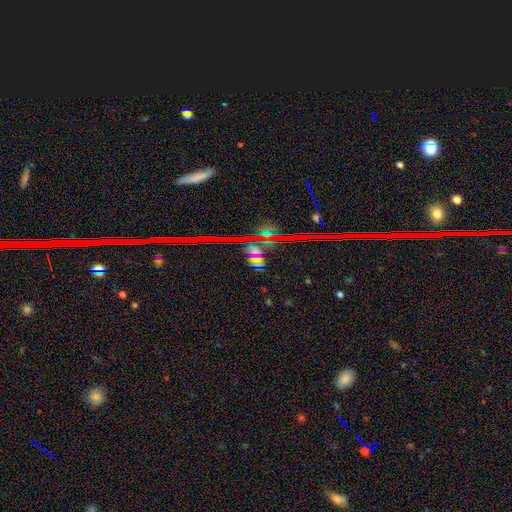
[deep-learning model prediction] A star or artifact, not a galaxy (69%).